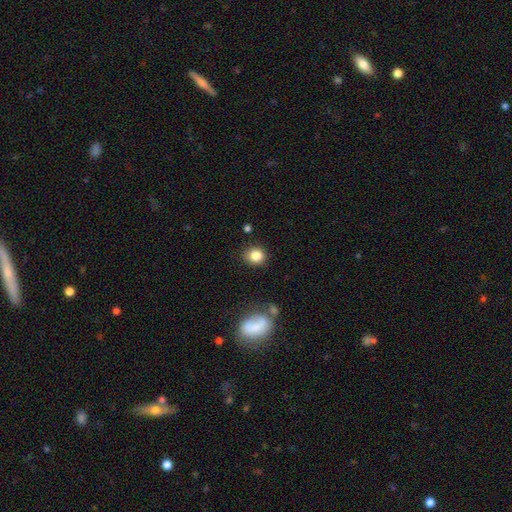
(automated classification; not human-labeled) Overall: smooth (84%). How rounded: round (76%). Merging: none (84%).